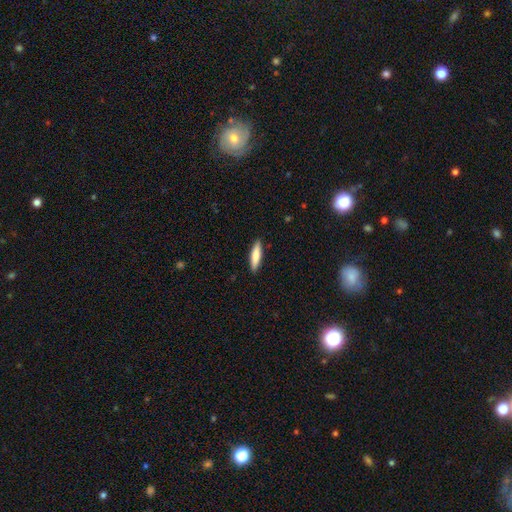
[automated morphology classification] This is likely a smooth galaxy (77%). How rounded: likely cigar-shaped (75%). Merging: clearly none (90%).